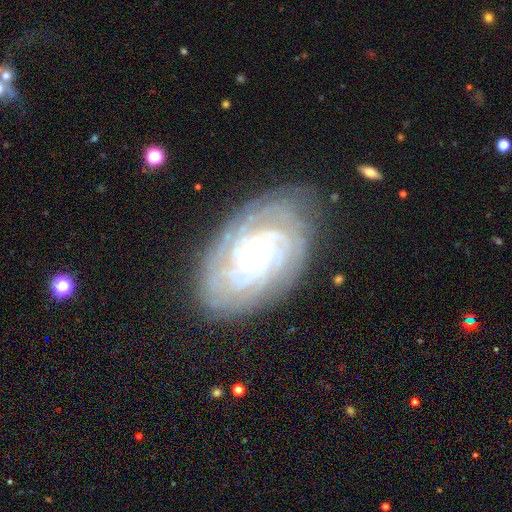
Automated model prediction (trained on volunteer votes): smooth-or-featured: featured or disk: 84% | smooth: 9% | star or artifact: 7%
  disk-edge-on: no: 96% | yes: 4%
    bar: no: 77% | weak: 17% | strong: 6%
    has-spiral-arms: yes: 97% | no: 3%
      spiral-winding: tight: 83% | medium: 14% | loose: 3%
      spiral-arm-count: can't tell: 31% | 4: 22% | more than 4: 17% | 3: 14% | 2: 11% | 1: 6%
    bulge-size: small: 79% | moderate: 15% | none: 3% | large: 2% | dominant: 1%
  merging: none: 78% | minor disturbance: 16% | major disturbance: 5% | merger: 2%